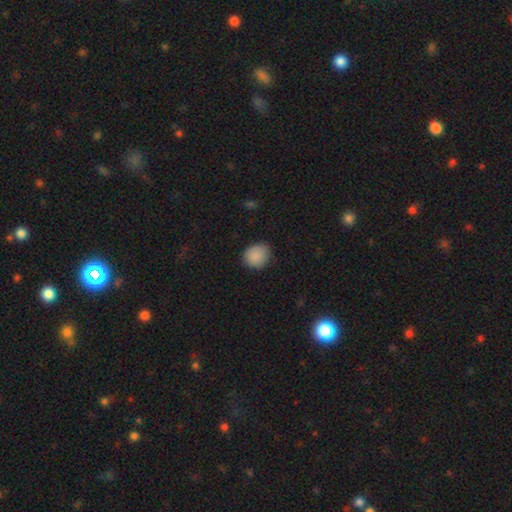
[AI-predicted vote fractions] Overall: smooth (88%). How rounded: round (77%). Merging: none (80%).